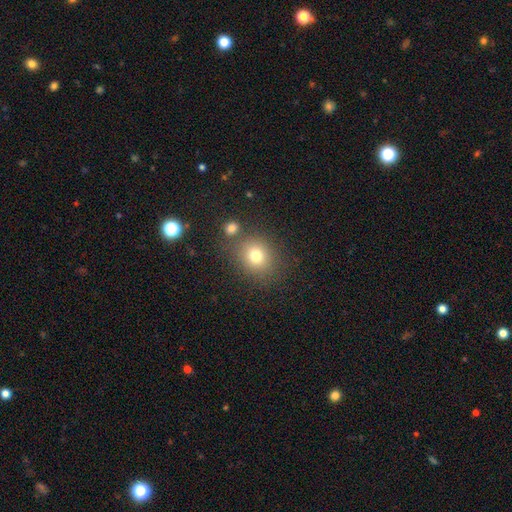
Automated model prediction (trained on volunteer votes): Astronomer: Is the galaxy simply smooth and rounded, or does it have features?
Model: smooth — 75%.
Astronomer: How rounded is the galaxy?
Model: round — 74%.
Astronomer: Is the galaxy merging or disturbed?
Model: none — 75%.